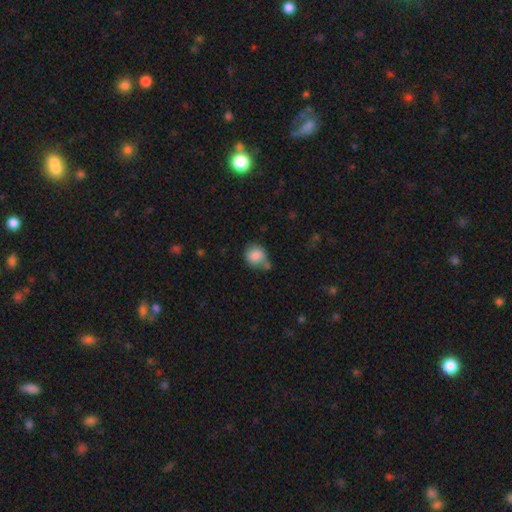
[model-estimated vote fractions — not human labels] Morphology: type=smooth (86%); roundness=round (84%); merging=none (57%).